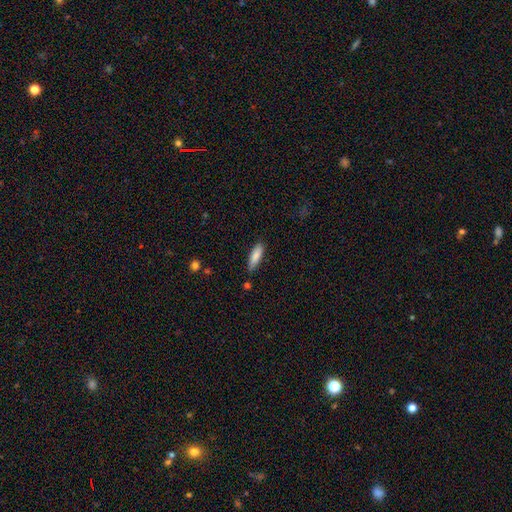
This appears to be a smooth galaxy with no disk features (78%) that is cigar-shaped (75%). Merging: none (74%).